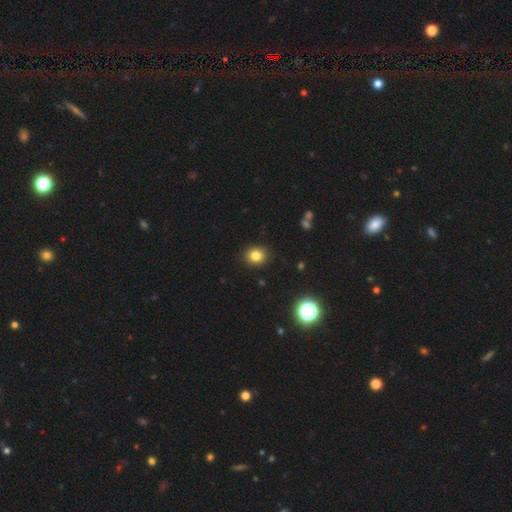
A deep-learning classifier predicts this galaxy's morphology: smooth 81%, star or artifact 13%, featured or disk 7%. Down the decision tree: how rounded — round (71%); merging — none (90%).